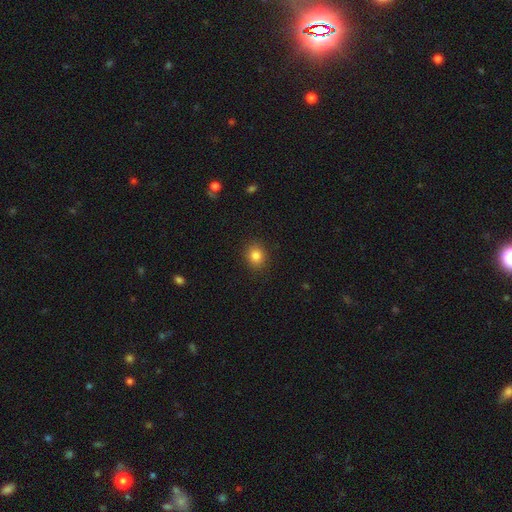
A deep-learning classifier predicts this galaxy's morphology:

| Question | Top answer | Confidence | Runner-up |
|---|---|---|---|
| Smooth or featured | smooth | 83% | star or artifact (11%) |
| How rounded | round | 73% | in between (26%) |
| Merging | none | 90% | minor disturbance (7%) |